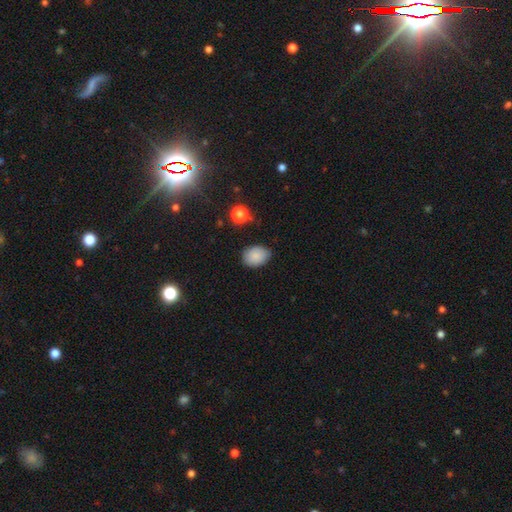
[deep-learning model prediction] Smooth or featured? smooth (87%)
How rounded? in between (70%)
Merging? none (81%)